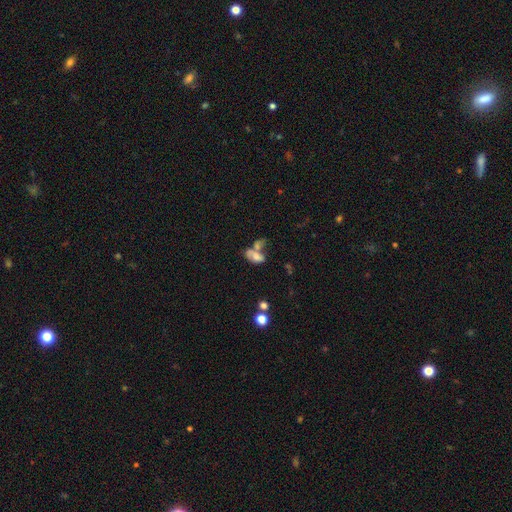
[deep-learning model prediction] Smooth or featured? smooth (59%)
How rounded? in between (87%)
Merging? merger (56%)